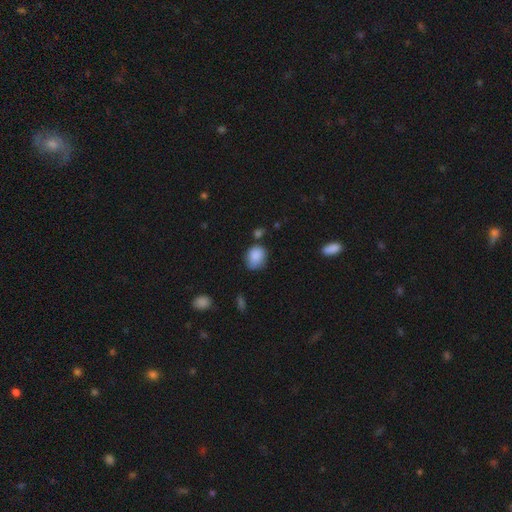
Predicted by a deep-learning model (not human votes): This appears to be a smooth galaxy with no disk features (86%) that is in between round and cigar-shaped (50%). Merging: none (62%).